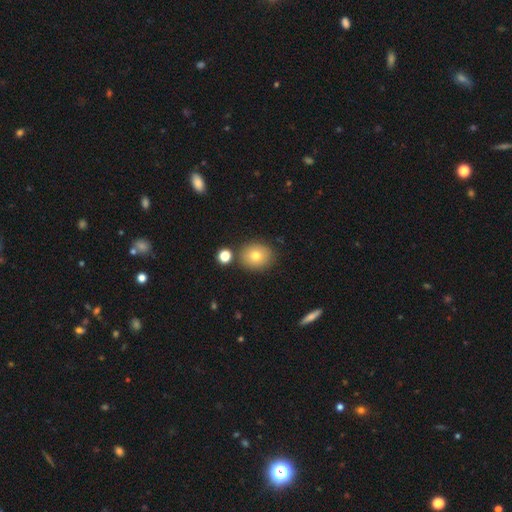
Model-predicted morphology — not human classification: Overall: smooth (76%). How rounded: round (68%; in between 31%). Merging: none (81%).